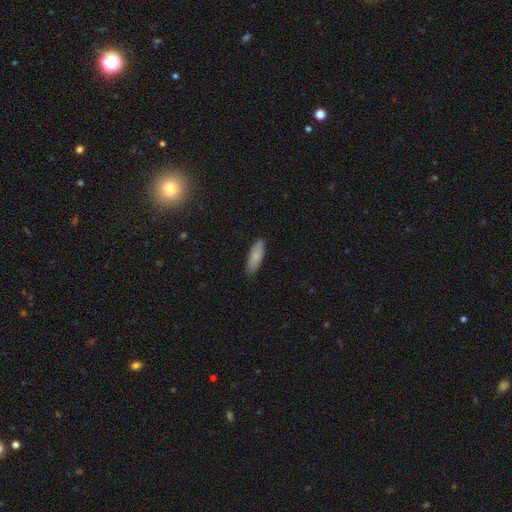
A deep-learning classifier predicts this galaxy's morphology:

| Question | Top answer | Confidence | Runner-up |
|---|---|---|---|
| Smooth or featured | smooth | 82% | featured or disk (12%) |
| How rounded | in between | 57% | cigar-shaped (41%) |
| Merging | none | 85% | minor disturbance (12%) |